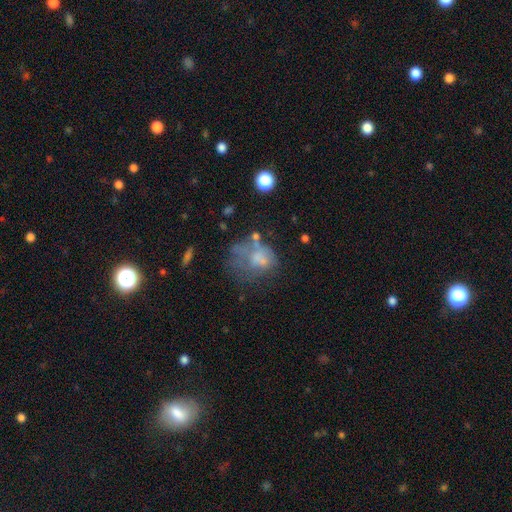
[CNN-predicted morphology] Smooth or featured: smooth — 48% (featured or disk — 37%)
Merging: major disturbance — 35% (none — 31%)